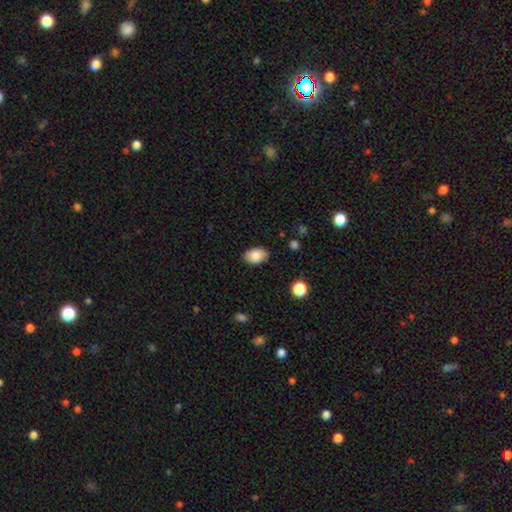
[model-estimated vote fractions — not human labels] Smooth or featured: smooth — 82% (featured or disk — 10%)
How rounded: in between — 84% (round — 15%)
Merging: none — 84% (minor disturbance — 12%)